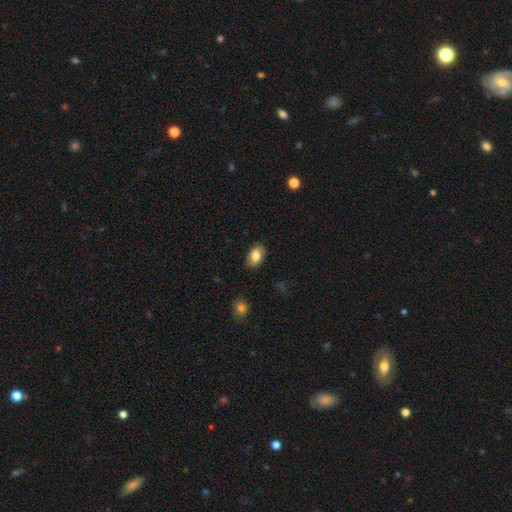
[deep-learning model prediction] A smooth galaxy with no disk features (81%) that is in between round and cigar-shaped (90%).

Vote fractions:
- Smooth or featured? smooth: 81% / featured or disk: 12% / star or artifact: 7%
- How rounded? in between: 90% / round: 8% / cigar-shaped: 1%
- Merging? none: 86% / minor disturbance: 11% / major disturbance: 2% / merger: 1%